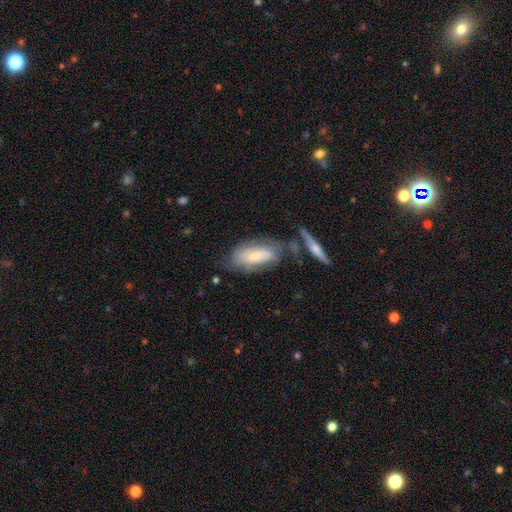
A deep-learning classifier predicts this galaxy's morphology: smooth-or-featured: smooth: 57% | featured or disk: 36% | star or artifact: 7%
  how-rounded: in between: 81% | cigar-shaped: 17% | round: 2%
  merging: none: 49% | minor disturbance: 24% | merger: 15% | major disturbance: 12%